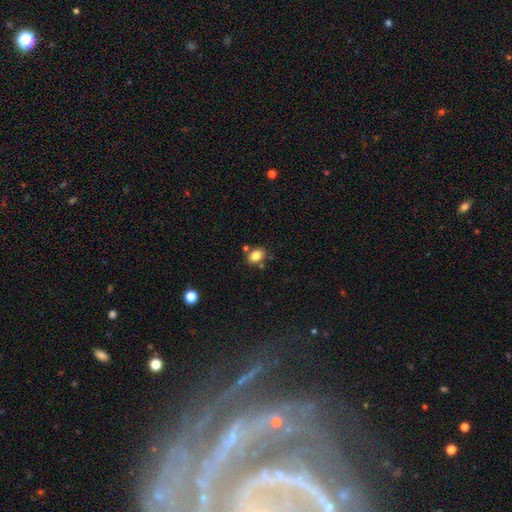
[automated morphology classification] A smooth galaxy with no disk features (83%) that is in between round and cigar-shaped (77%).

Vote fractions:
- Smooth or featured? smooth: 83% / star or artifact: 9% / featured or disk: 7%
- How rounded? in between: 77% / round: 22% / cigar-shaped: 1%
- Merging? none: 74% / minor disturbance: 13% / merger: 10% / major disturbance: 3%